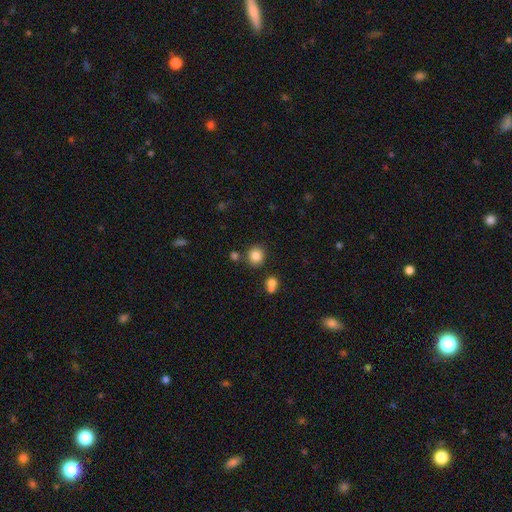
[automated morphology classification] Q: Smooth or featured?
A: smooth (84%); runner-up: star or artifact (11%)
Q: How rounded?
A: round (84%); runner-up: in between (15%)
Q: Merging?
A: none (79%); runner-up: minor disturbance (9%)